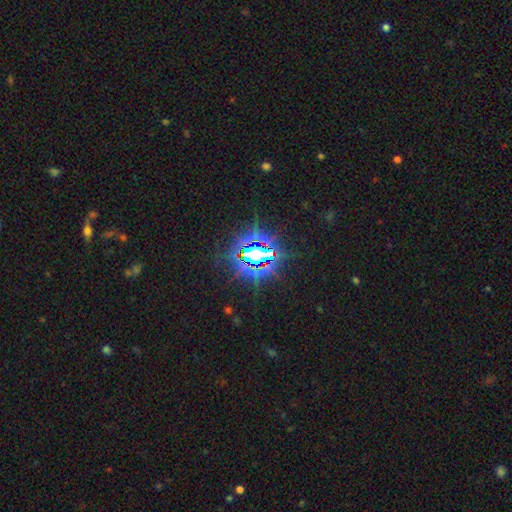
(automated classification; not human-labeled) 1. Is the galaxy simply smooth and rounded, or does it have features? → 82% star or artifact, 10% smooth, 8% featured or disk.